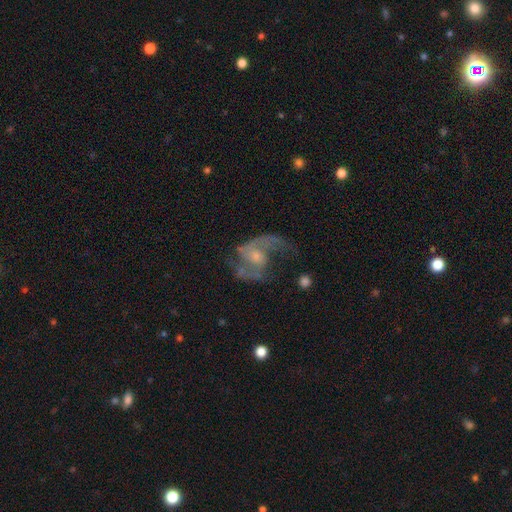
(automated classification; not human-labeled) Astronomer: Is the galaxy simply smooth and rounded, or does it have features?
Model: featured or disk — 84%.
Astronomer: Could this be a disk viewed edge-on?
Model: no — 97%.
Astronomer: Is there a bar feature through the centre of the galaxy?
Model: no — 59%.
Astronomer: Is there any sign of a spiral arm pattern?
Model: yes — 92%.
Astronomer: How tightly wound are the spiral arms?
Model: loose — 49% (runner-up: medium, 41%).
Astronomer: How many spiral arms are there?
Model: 2 — 82%.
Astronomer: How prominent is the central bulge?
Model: small — 58% (runner-up: moderate, 34%).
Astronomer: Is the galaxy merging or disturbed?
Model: none — 50% (runner-up: major disturbance, 27%).